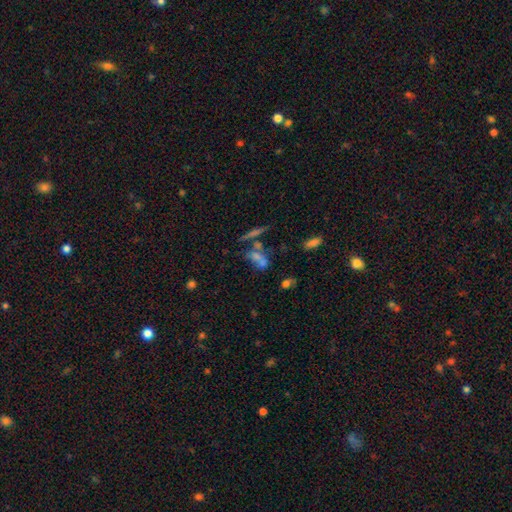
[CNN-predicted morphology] type=star or artifact (45%).